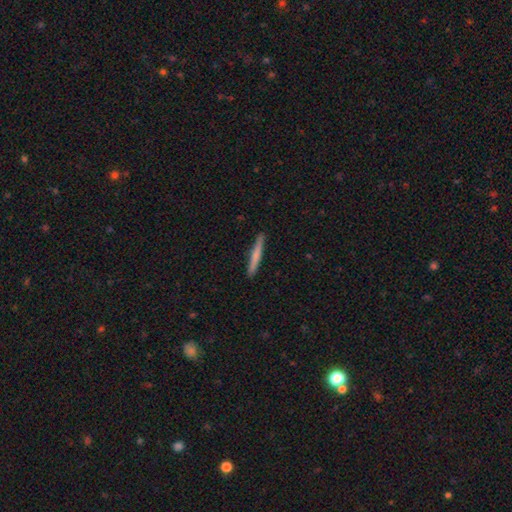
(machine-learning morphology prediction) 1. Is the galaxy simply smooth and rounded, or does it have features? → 66% smooth, 29% featured or disk, 5% star or artifact.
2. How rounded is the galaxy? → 96% cigar-shaped, 3% in between, 1% round.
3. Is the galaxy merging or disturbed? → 91% none, 6% minor disturbance, 1% major disturbance, 1% merger.